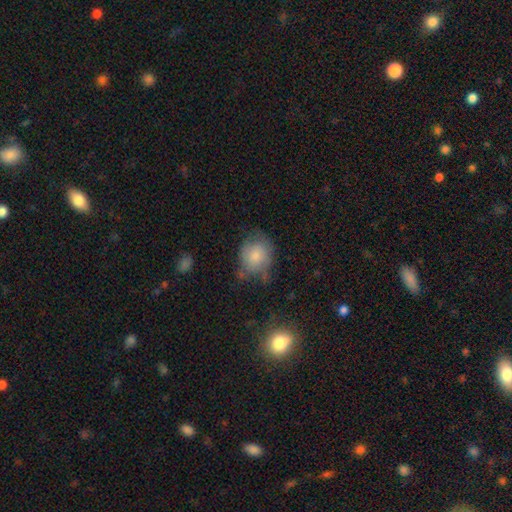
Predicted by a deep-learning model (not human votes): smooth_or_featured: smooth (p=0.76) [alt: featured or disk p=0.16]
how_rounded: round (p=0.63) [alt: in between p=0.36]
merging: none (p=0.47) [alt: minor disturbance p=0.34]